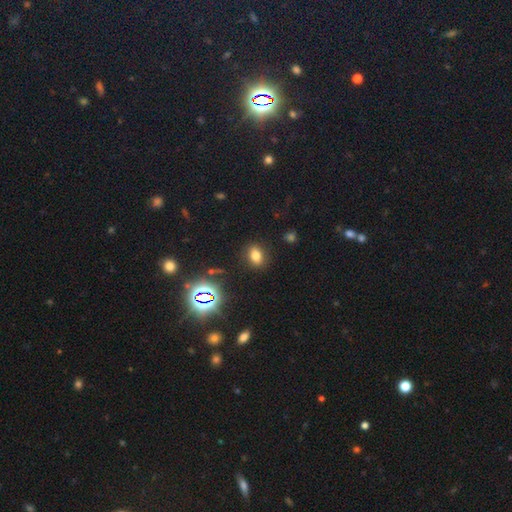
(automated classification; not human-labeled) This is likely a smooth galaxy (71%). How rounded: likely in between (76%). Merging: clearly none (87%).